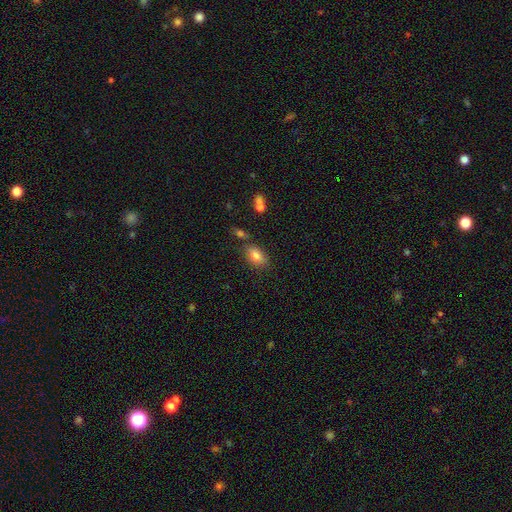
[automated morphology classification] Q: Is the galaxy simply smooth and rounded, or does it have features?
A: smooth — 80%.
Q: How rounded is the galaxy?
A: in between — 88%.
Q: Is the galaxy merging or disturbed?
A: none — 72%.